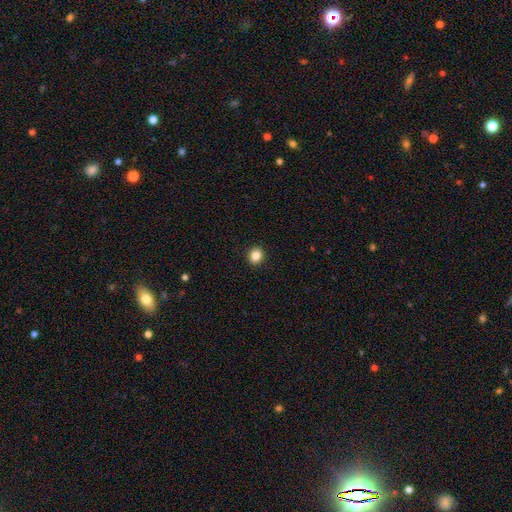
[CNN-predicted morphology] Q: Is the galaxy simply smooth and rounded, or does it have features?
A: smooth — 85%.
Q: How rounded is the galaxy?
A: round — 82%.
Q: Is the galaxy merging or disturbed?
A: none — 93%.